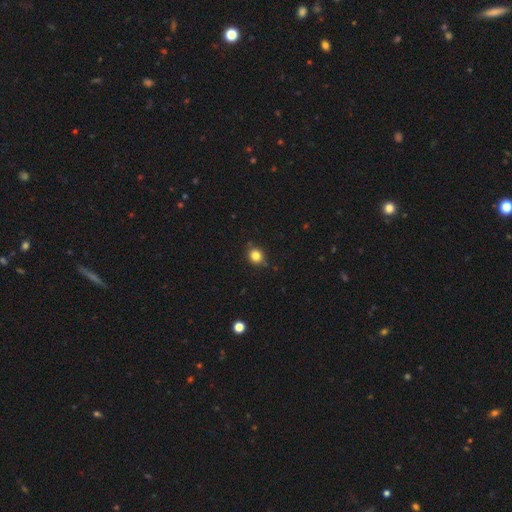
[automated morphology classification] Smooth or featured? Predicted: smooth (p=0.83). How rounded? Predicted: round (p=0.81). Merging? Predicted: none (p=0.83).